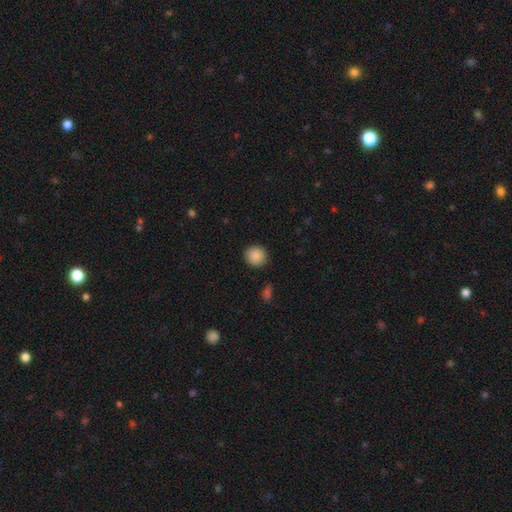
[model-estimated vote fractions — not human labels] Q: Smooth or featured?
A: smooth (89%); runner-up: star or artifact (8%)
Q: How rounded?
A: round (91%); runner-up: in between (8%)
Q: Merging?
A: none (91%); runner-up: minor disturbance (6%)